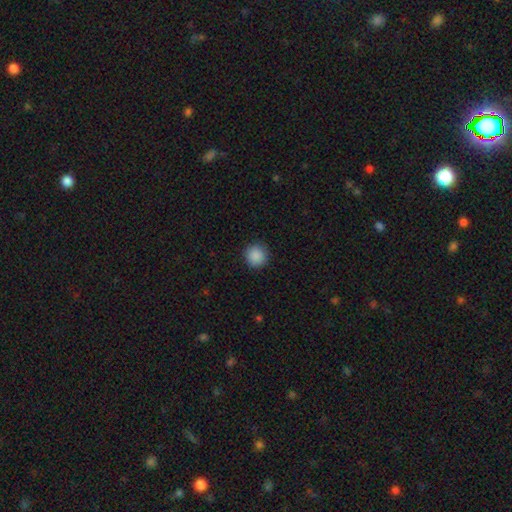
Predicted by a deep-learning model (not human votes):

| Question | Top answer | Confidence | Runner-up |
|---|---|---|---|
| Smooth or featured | smooth | 89% | star or artifact (9%) |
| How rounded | round | 95% | in between (4%) |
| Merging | none | 92% | minor disturbance (6%) |